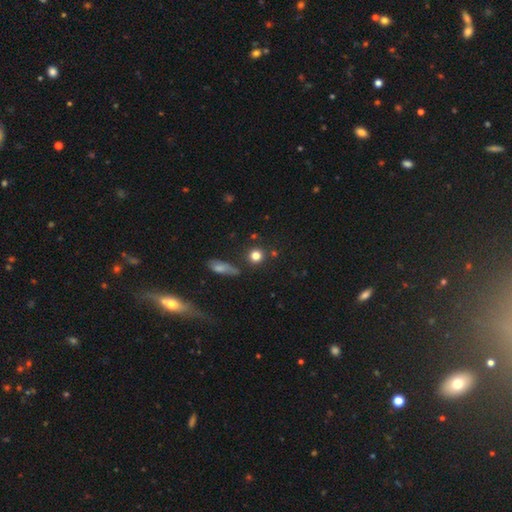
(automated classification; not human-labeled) Smooth or featured?
  - smooth: 79% *
  - star or artifact: 14%
  - featured or disk: 8%
How rounded?
  - round: 90% *
  - in between: 8%
  - cigar-shaped: 3%
Merging?
  - none: 81% *
  - minor disturbance: 9%
  - merger: 7%
  - major disturbance: 3%